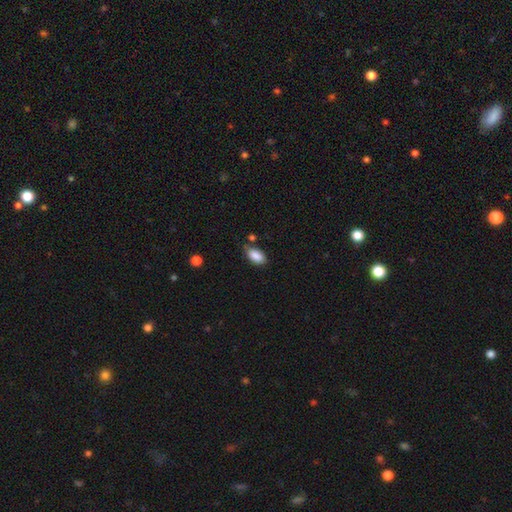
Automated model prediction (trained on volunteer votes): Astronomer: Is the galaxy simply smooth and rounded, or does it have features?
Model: smooth — 88%.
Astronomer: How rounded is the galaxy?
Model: in between — 93%.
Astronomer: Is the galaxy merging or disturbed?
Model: none — 73%.